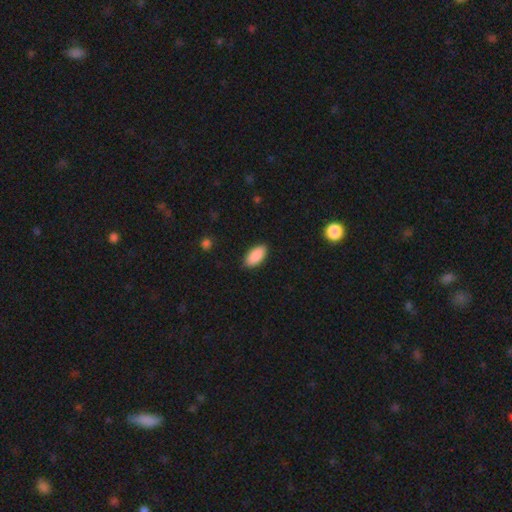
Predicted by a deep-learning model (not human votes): A smooth galaxy with no disk features (90%) that is in between round and cigar-shaped (92%).

Vote fractions:
- Smooth or featured? smooth: 90% / star or artifact: 6% / featured or disk: 4%
- How rounded? in between: 92% / cigar-shaped: 6% / round: 2%
- Merging? none: 88% / minor disturbance: 9% / major disturbance: 2% / merger: 1%